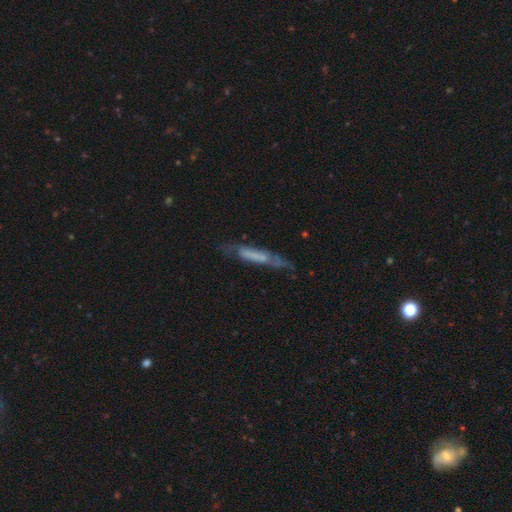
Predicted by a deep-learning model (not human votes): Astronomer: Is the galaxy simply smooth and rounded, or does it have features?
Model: featured or disk — 50% (runner-up: smooth, 41%).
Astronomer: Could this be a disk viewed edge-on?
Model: yes — 60% (runner-up: no, 40%).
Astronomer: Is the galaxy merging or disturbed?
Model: none — 56%.